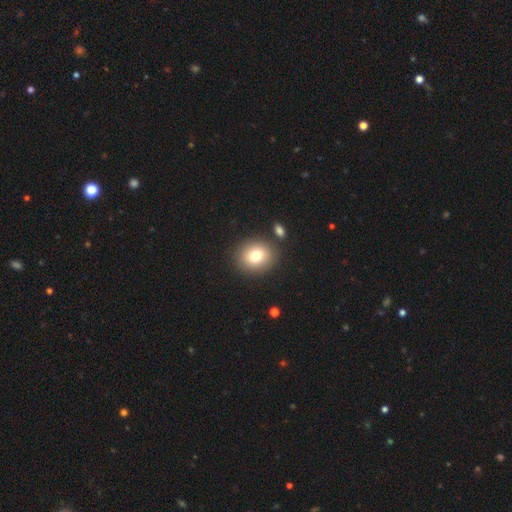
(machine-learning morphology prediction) This appears to be a smooth galaxy with no disk features (78%) that is round (72%). Merging: none (83%).